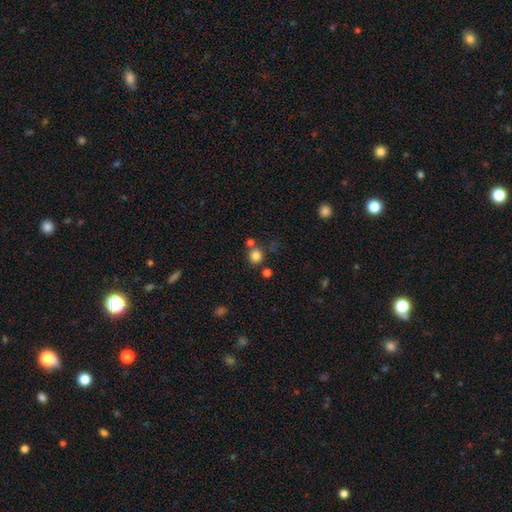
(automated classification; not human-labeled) Smooth or featured? Predicted: smooth (p=0.82). How rounded? Predicted: round (p=0.89). Merging? Predicted: none (p=0.69).